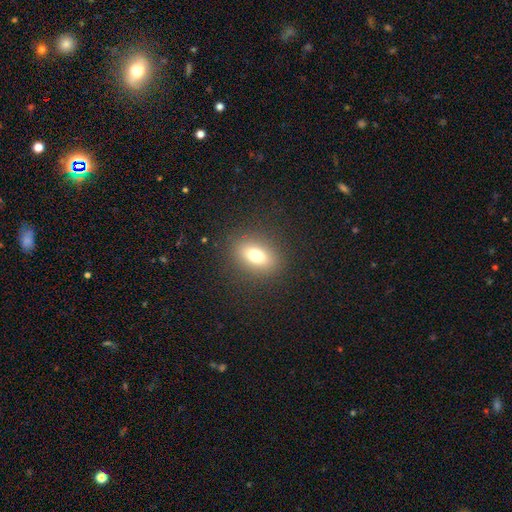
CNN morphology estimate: Smooth or featured? smooth (74%)
How rounded? in between (73%)
Merging? none (88%)